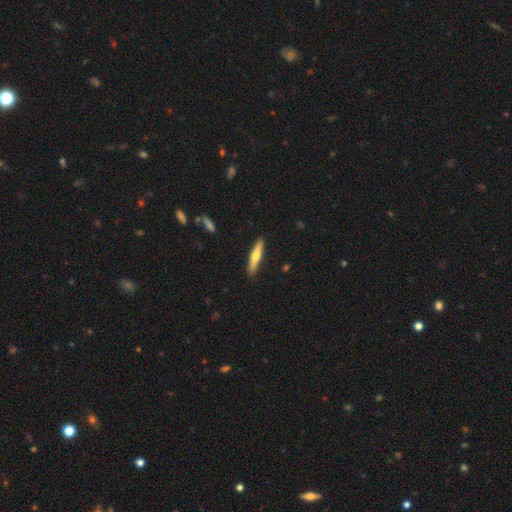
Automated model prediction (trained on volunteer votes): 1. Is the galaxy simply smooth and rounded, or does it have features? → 48% smooth, 46% featured or disk, 5% star or artifact.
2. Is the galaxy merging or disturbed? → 90% none, 7% minor disturbance, 2% major disturbance, 1% merger.